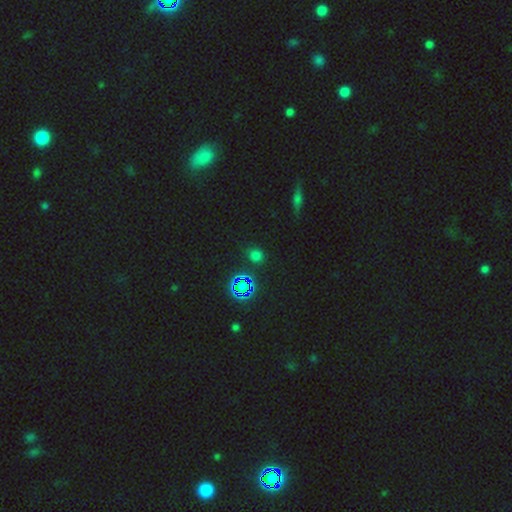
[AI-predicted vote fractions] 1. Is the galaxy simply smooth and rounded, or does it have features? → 56% smooth, 38% star or artifact, 6% featured or disk.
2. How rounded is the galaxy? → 84% round, 14% in between, 2% cigar-shaped.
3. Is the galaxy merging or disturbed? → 85% none, 9% minor disturbance, 3% merger, 3% major disturbance.